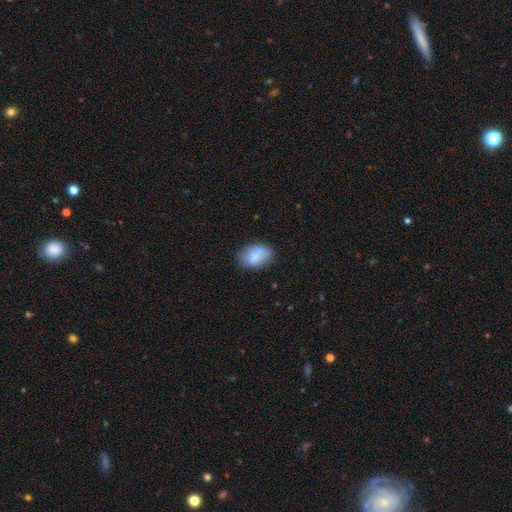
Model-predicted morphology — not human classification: smooth 77%, featured or disk 15%, star or artifact 8%. Down the decision tree: how rounded — in between (84%); merging — none (66%).